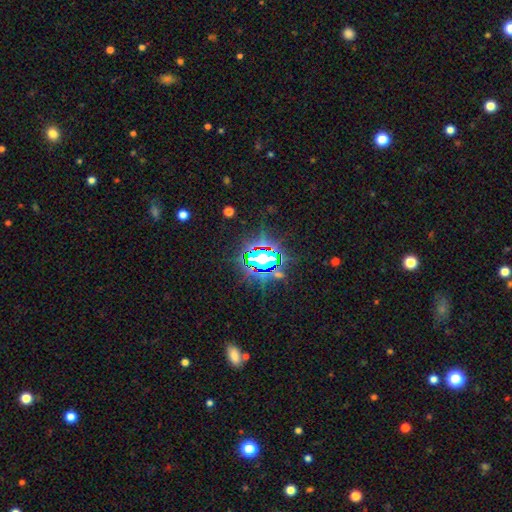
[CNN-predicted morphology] A star or artifact, not a galaxy (75%).